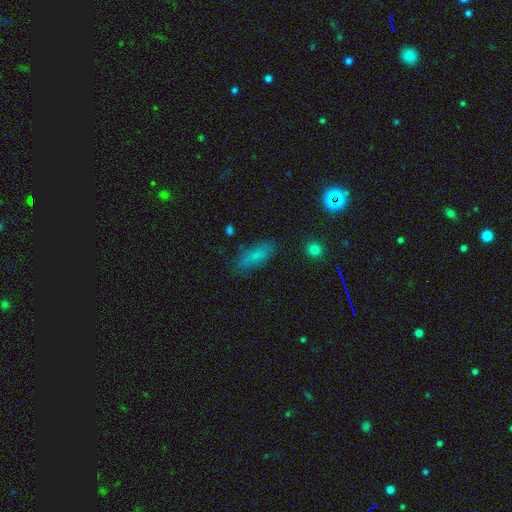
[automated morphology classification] This appears to be a smooth galaxy with no disk features (73%) that is in between round and cigar-shaped (62%). Merging: none (79%).